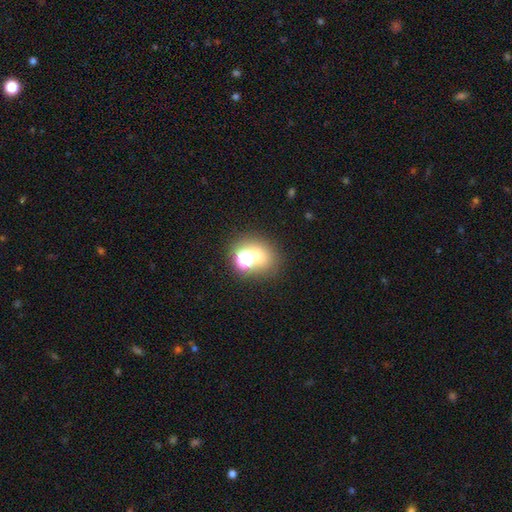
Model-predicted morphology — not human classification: The model was most divided on "smooth or featured": smooth: 57%, star or artifact: 30%, featured or disk: 14%. More confident: how rounded — round (71%); merging — none (56%).